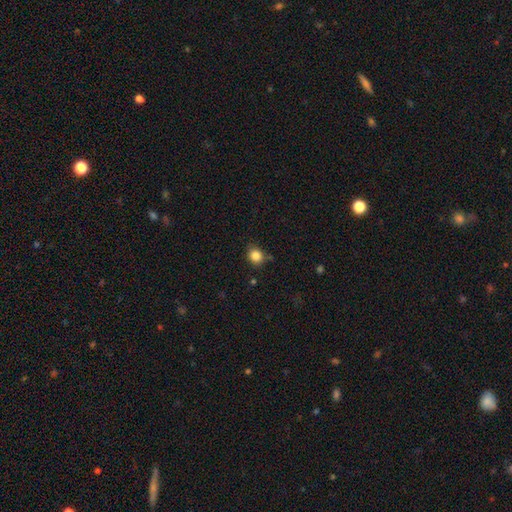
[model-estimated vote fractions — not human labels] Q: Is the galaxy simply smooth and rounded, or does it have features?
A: smooth — 85%.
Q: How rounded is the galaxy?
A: round — 73%.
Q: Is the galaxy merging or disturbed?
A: none — 74%.